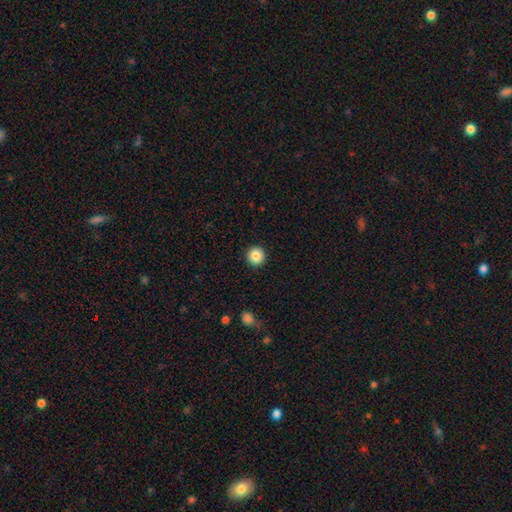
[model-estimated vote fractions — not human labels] This appears to be a smooth galaxy with no disk features (86%) that is round (96%). Merging: none (93%).